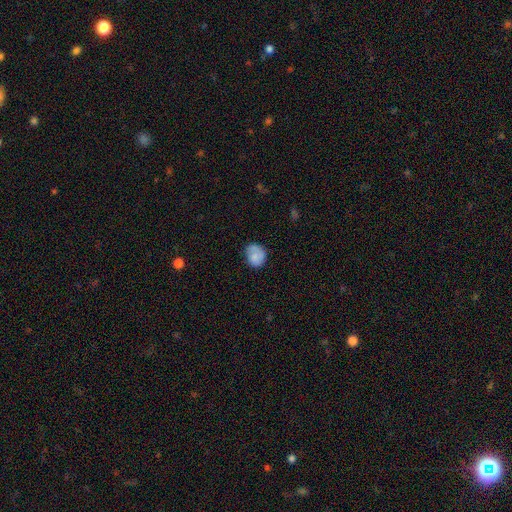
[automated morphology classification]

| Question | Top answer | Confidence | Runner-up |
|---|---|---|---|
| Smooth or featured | smooth | 74% | featured or disk (18%) |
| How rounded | round | 63% | in between (36%) |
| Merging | none | 57% | minor disturbance (28%) |